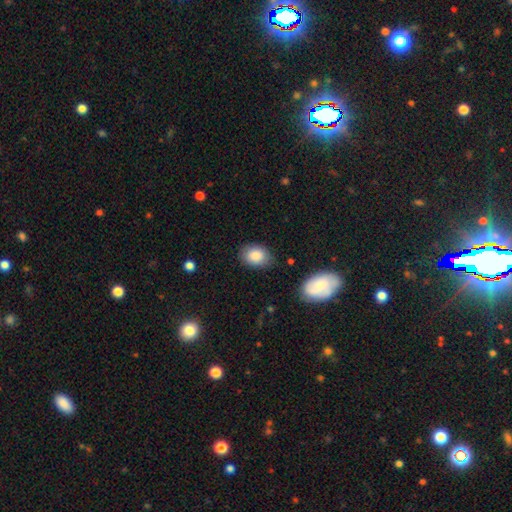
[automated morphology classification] This appears to be a smooth galaxy with no disk features (86%) that is in between round and cigar-shaped (69%). Merging: none (77%).